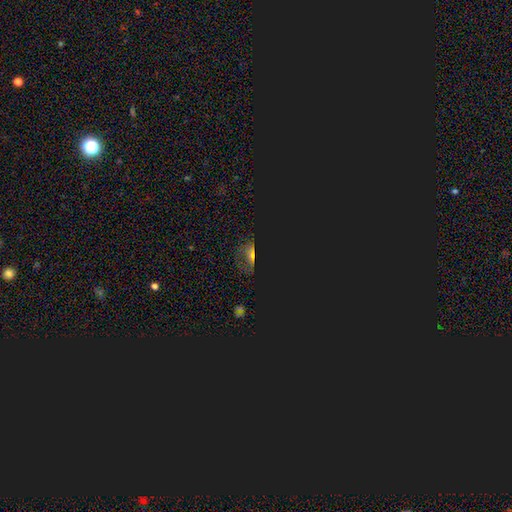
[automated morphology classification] smooth-or-featured: star or artifact: 69% | smooth: 20% | featured or disk: 11%